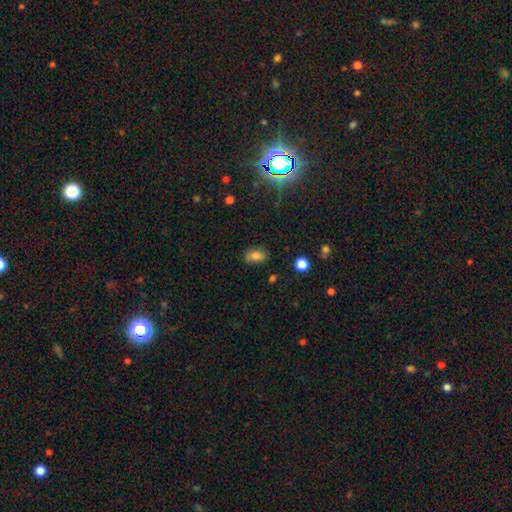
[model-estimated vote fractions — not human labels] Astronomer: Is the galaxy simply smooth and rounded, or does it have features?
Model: smooth — 75%.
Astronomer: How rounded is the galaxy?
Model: in between — 86%.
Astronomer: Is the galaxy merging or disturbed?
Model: none — 75%.